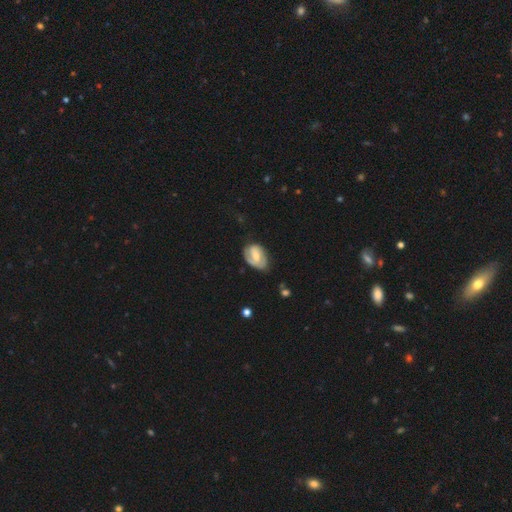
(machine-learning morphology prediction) The model was most divided on "bar": weak: 46%, no: 34%, strong: 20%. More confident: edge-on disk — no (96%); spiral arms — yes (75%); smooth or featured — featured or disk (59%); merging — none (57%); bulge size — moderate (55%).